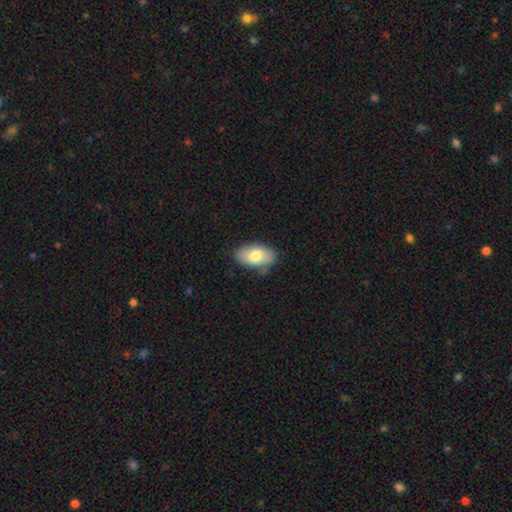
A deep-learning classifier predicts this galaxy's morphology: Smooth or featured? Predicted: smooth (p=0.75). How rounded? Predicted: in between (p=0.93). Merging? Predicted: none (p=0.77).